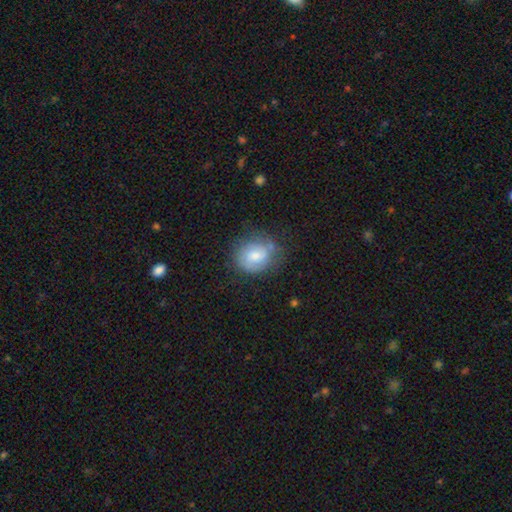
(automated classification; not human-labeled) This appears to be a smooth galaxy with no disk features (62%) that is round (68%). Merging: none (63%).